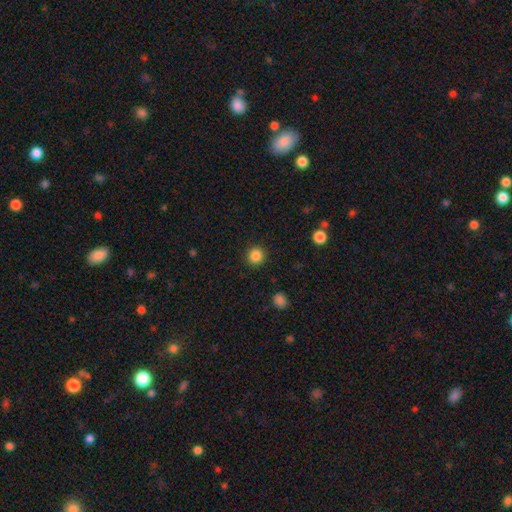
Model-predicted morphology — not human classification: Smooth or featured? Predicted: smooth (p=0.86). How rounded? Predicted: round (p=0.92). Merging? Predicted: none (p=0.91).